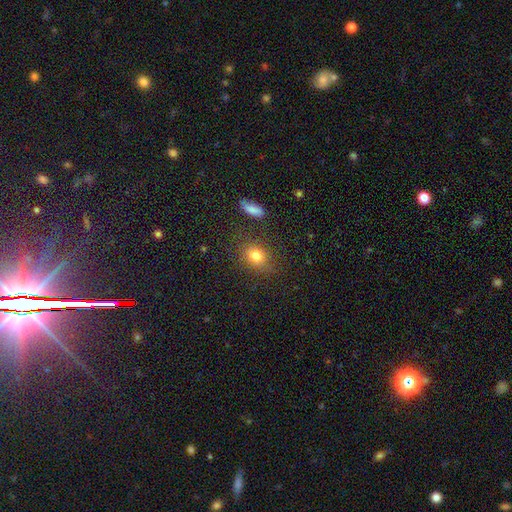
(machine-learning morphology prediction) Smooth or featured: smooth — 79% (star or artifact — 13%)
How rounded: round — 58% (in between — 40%)
Merging: none — 80% (minor disturbance — 12%)